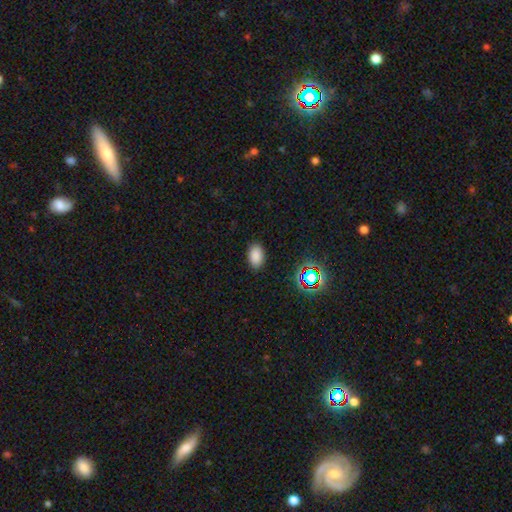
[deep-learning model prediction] smooth 84%, star or artifact 12%, featured or disk 4%. Down the decision tree: how rounded — in between (91%); merging — none (88%).